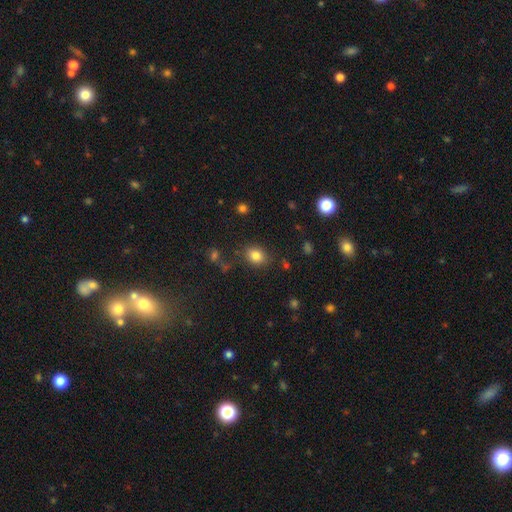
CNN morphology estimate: smooth-or-featured: smooth: 82% | star or artifact: 11% | featured or disk: 6%
  how-rounded: in between: 52% | round: 47% | cigar-shaped: 1%
  merging: none: 80% | minor disturbance: 12% | major disturbance: 4% | merger: 3%